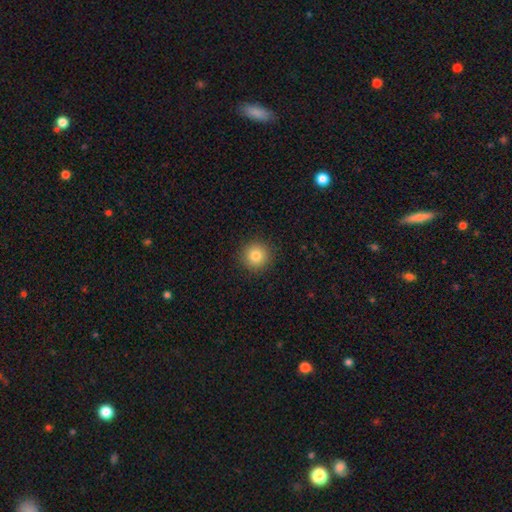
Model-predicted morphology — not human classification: A smooth galaxy with no disk features (82%) that is round (95%).

Vote fractions:
- Smooth or featured? smooth: 82% / star or artifact: 11% / featured or disk: 7%
- How rounded? round: 95% / in between: 4% / cigar-shaped: 1%
- Merging? none: 92% / minor disturbance: 5% / major disturbance: 2% / merger: 1%